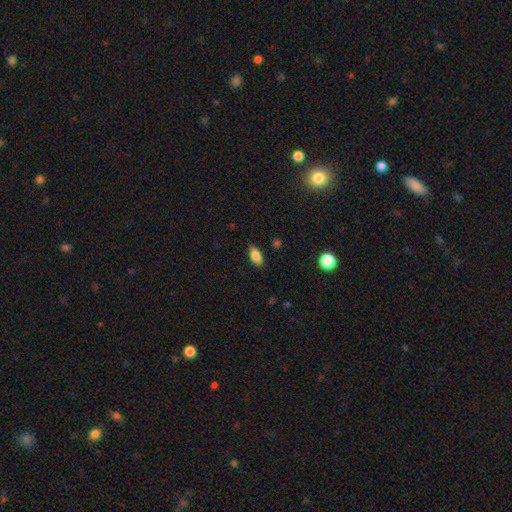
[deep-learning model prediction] Overall: smooth (82%). How rounded: in between (85%). Merging: none (81%).